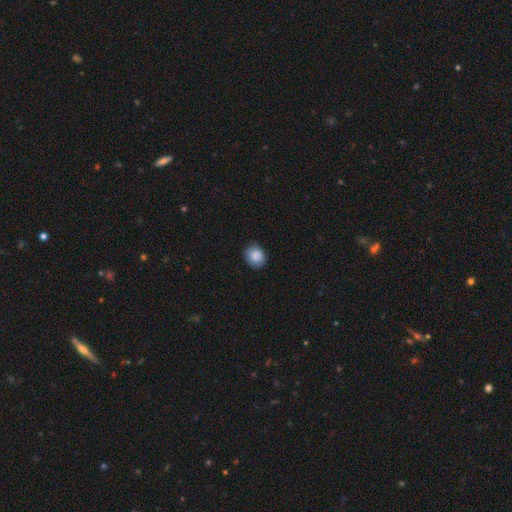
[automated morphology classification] smooth_or_featured: smooth (p=0.86) [alt: star or artifact p=0.08]
how_rounded: round (p=0.66) [alt: in between p=0.33]
merging: none (p=0.87) [alt: minor disturbance p=0.10]